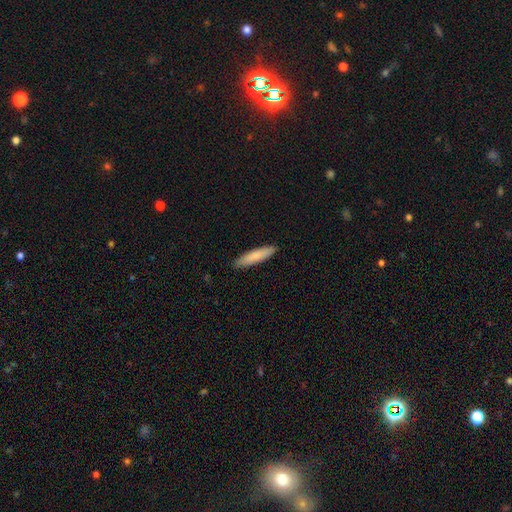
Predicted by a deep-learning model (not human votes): Morphology: type=smooth (82%); roundness=cigar-shaped (81%); merging=none (90%).